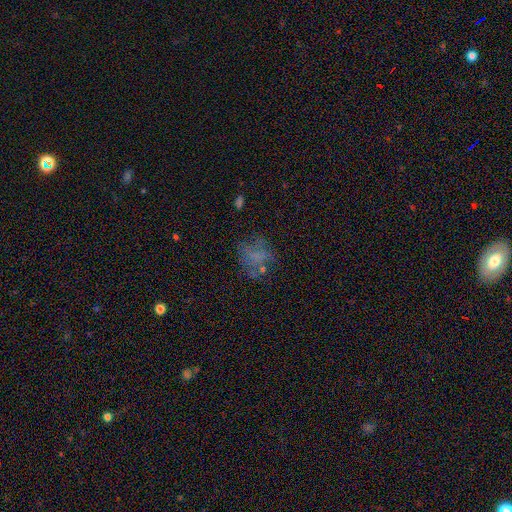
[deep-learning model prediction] Smooth or featured?
  - smooth: 51% *
  - featured or disk: 31%
  - star or artifact: 18%
How rounded?
  - round: 58% *
  - in between: 41%
  - cigar-shaped: 1%
Merging?
  - none: 54% *
  - minor disturbance: 21%
  - major disturbance: 20%
  - merger: 5%